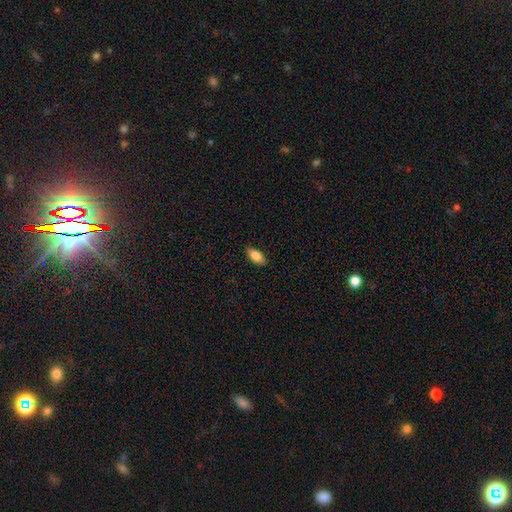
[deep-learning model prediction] Smooth or featured?
  - smooth: 81% *
  - featured or disk: 12%
  - star or artifact: 7%
How rounded?
  - in between: 90% *
  - cigar-shaped: 7%
  - round: 3%
Merging?
  - none: 89% *
  - minor disturbance: 9%
  - major disturbance: 2%
  - merger: 1%